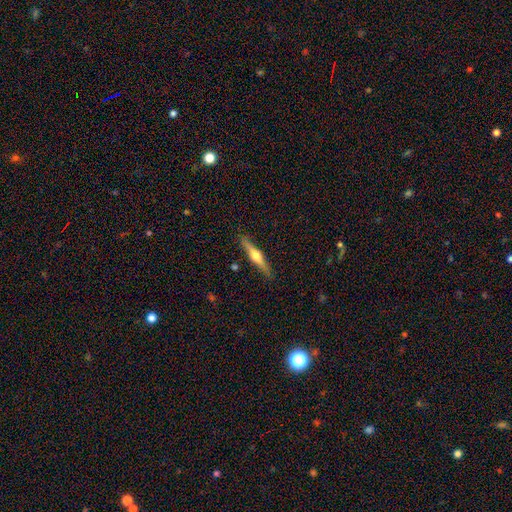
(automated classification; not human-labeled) Q: Smooth or featured?
A: featured or disk (61%); runner-up: smooth (33%)
Q: Edge-on disk?
A: yes (97%); runner-up: no (3%)
Q: Edge-on bulge?
A: rounded (92%); runner-up: boxy (4%)
Q: Merging?
A: none (88%); runner-up: minor disturbance (9%)